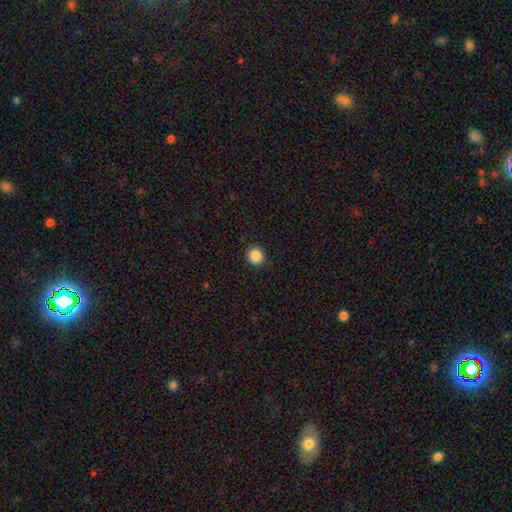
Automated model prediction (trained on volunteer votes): The model was most divided on "smooth or featured": smooth: 87%, star or artifact: 10%, featured or disk: 3%. More confident: merging — none (92%); how rounded — round (91%).